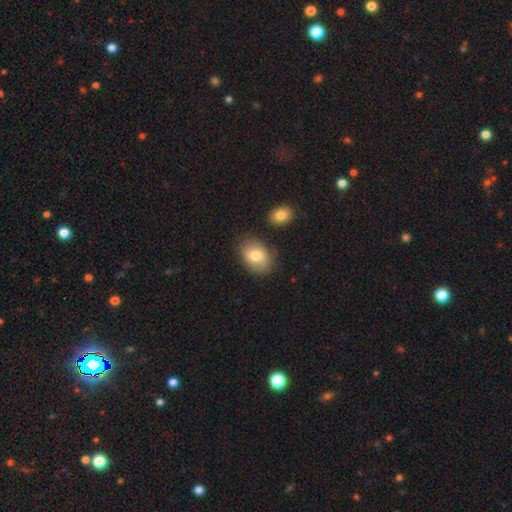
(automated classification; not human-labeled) smooth-or-featured: smooth: 76% | featured or disk: 16% | star or artifact: 7%
  how-rounded: in between: 79% | round: 19% | cigar-shaped: 1%
  merging: none: 75% | minor disturbance: 16% | merger: 5% | major disturbance: 4%